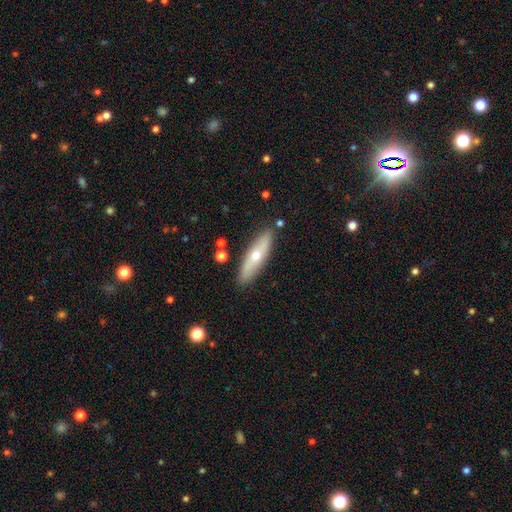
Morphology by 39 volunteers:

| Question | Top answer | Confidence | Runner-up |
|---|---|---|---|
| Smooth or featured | smooth | 49% | featured or disk (41%) |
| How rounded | cigar-shaped | 84% | in between (11%) |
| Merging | none | 86% | minor disturbance (9%) |